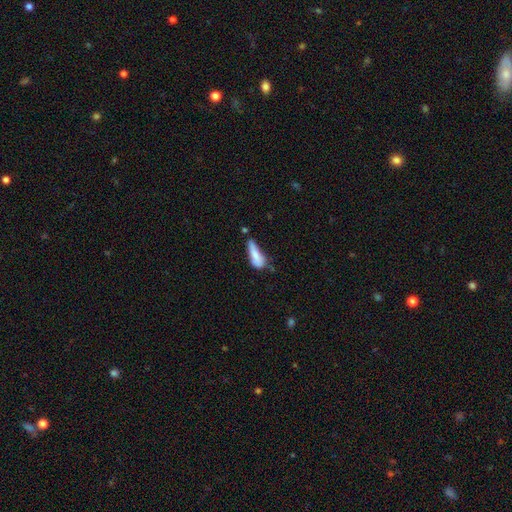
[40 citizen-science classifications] Smooth or featured: smooth — 82% (featured or disk — 12%)
How rounded: in between — 64% (cigar-shaped — 27%)
Merging: minor disturbance — 47% (major disturbance — 29%)